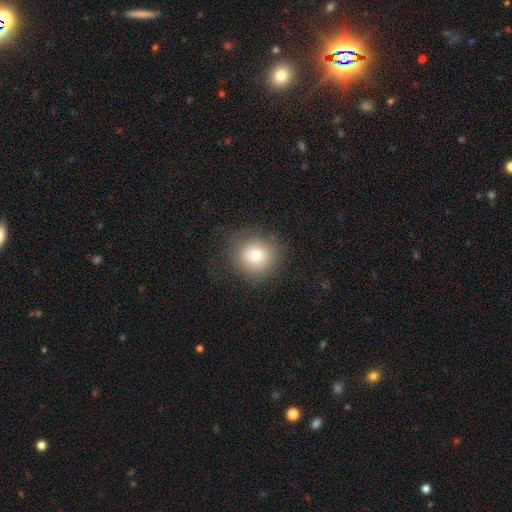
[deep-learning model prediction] Smooth or featured: smooth — 76% (star or artifact — 12%)
How rounded: round — 90% (in between — 9%)
Merging: none — 83% (minor disturbance — 11%)